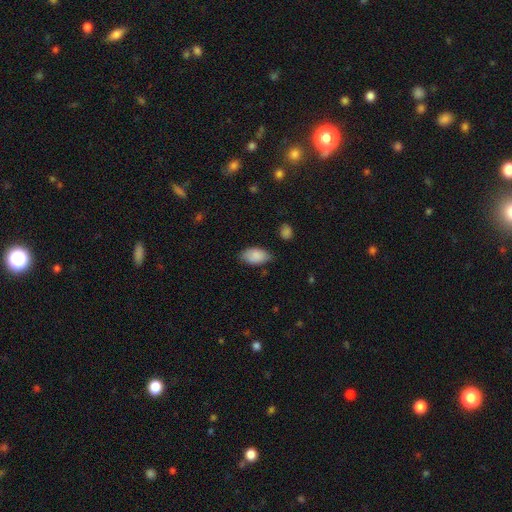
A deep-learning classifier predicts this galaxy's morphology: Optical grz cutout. It shows a smooth galaxy with no disk features (88%) that is in between round and cigar-shaped (94%). Merging: none (73%).